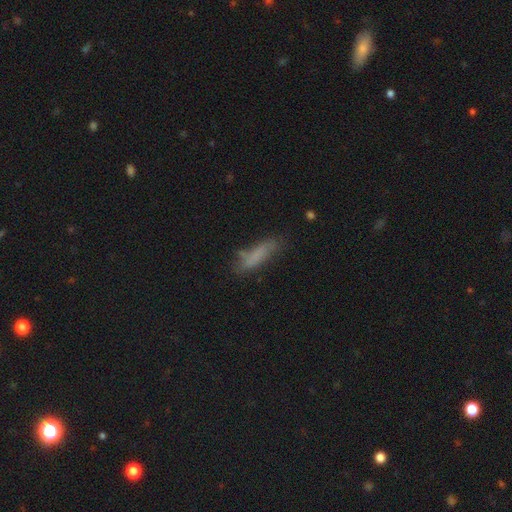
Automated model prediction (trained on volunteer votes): Overall: smooth (69%). How rounded: cigar-shaped (64%; in between 34%). Merging: none (56%; minor disturbance 27%).